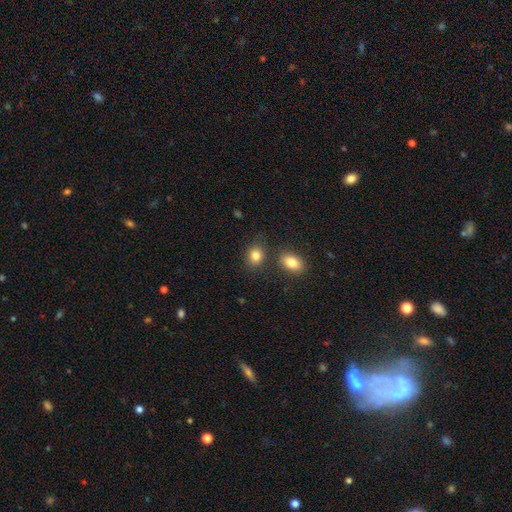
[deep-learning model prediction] A smooth galaxy with no disk features (83%) that is round (50%). Merging: none (74%).